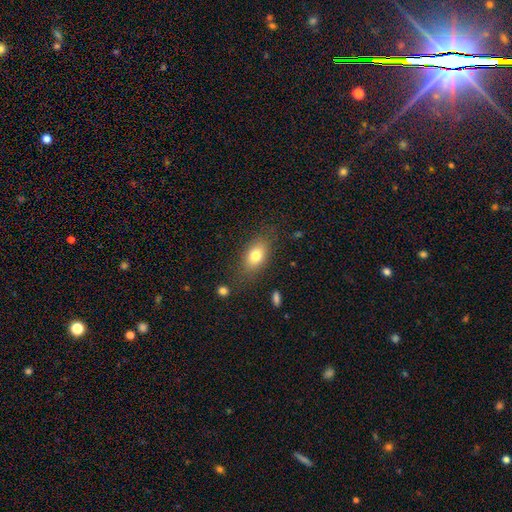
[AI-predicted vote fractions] smooth-or-featured: smooth: 78% | featured or disk: 13% | star or artifact: 9%
  how-rounded: in between: 84% | round: 13% | cigar-shaped: 3%
  merging: none: 78% | minor disturbance: 15% | major disturbance: 5% | merger: 2%